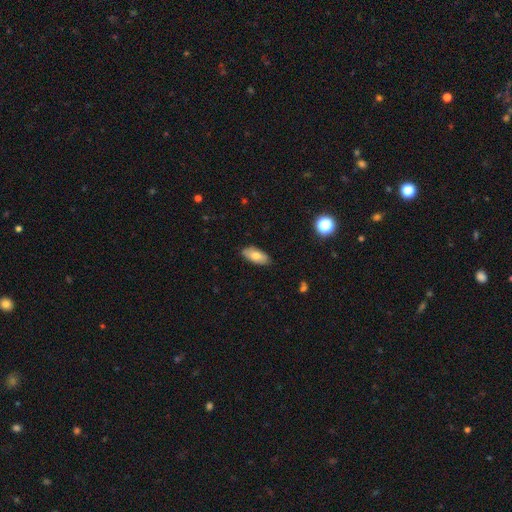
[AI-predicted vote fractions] A smooth galaxy with no disk features (77%) that is in between round and cigar-shaped (88%). Merging: none (87%).